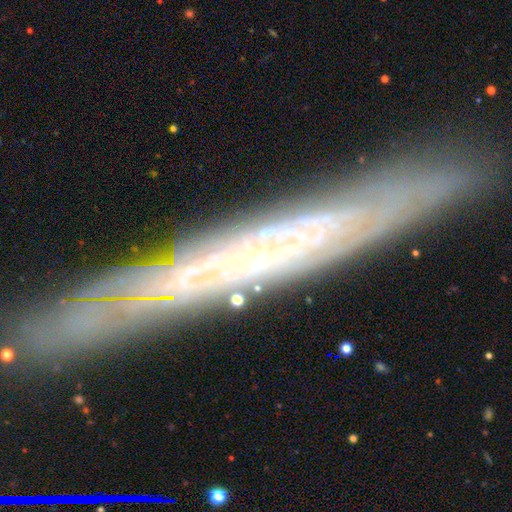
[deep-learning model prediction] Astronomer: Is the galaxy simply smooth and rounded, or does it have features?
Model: featured or disk — 70%.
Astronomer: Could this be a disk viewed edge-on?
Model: yes — 80%.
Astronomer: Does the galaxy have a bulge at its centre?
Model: none — 75%.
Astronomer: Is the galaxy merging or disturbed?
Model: none — 87%.